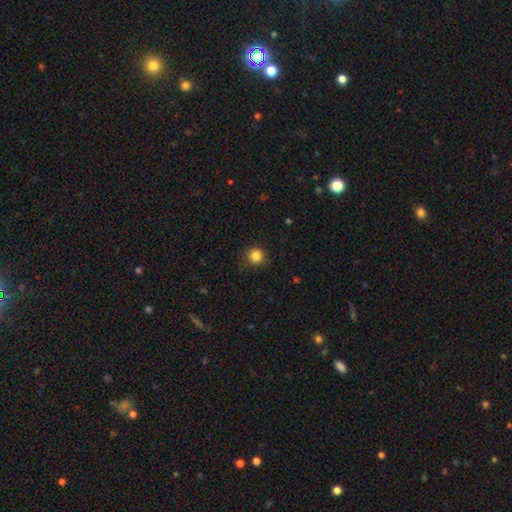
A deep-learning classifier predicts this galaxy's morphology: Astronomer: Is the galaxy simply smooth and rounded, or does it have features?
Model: smooth — 85%.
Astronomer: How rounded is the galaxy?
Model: round — 94%.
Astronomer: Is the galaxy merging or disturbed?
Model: none — 88%.